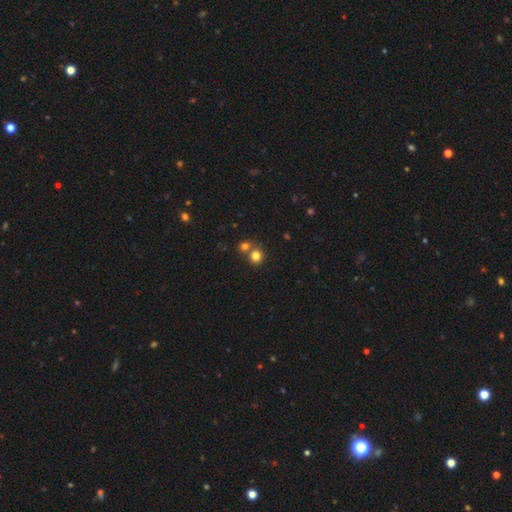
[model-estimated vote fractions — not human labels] smooth 79%, star or artifact 13%, featured or disk 7%. Down the decision tree: how rounded — round (87%); merging — none (54%).